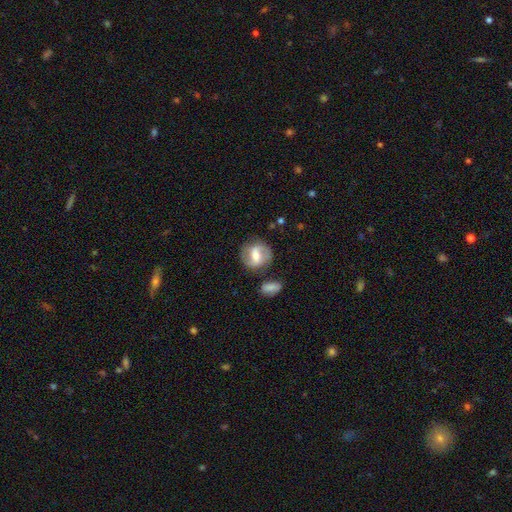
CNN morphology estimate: Overall: featured or disk (51%; smooth 42%). Edge-on disk: no (95%). Merging: none (72%).